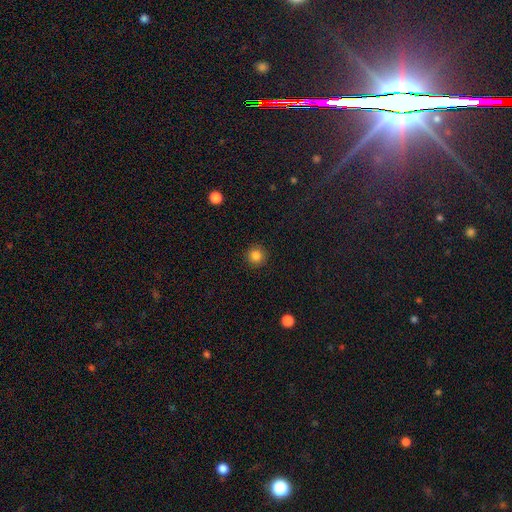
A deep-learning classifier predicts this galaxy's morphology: The model was most divided on "smooth or featured": smooth: 85%, star or artifact: 11%, featured or disk: 4%. More confident: how rounded — round (94%); merging — none (91%).